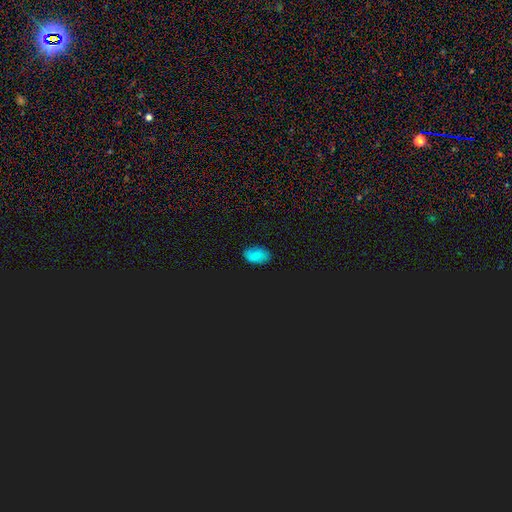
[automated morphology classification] A smooth galaxy with no disk features (76%) that is in between round and cigar-shaped (91%).

Vote fractions:
- Smooth or featured? smooth: 76% / star or artifact: 18% / featured or disk: 6%
- How rounded? in between: 91% / round: 7% / cigar-shaped: 2%
- Merging? none: 84% / minor disturbance: 13% / major disturbance: 2% / merger: 1%